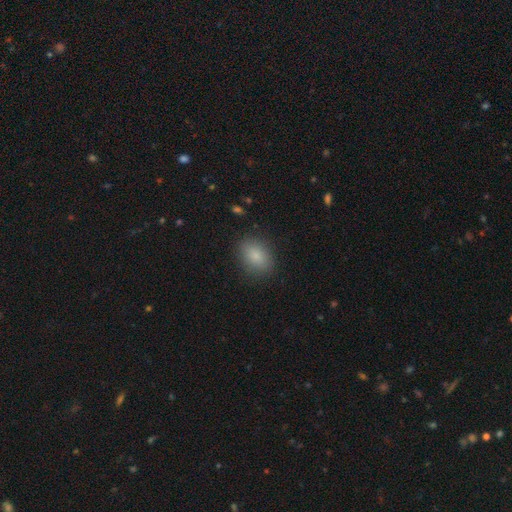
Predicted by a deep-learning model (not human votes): A smooth galaxy with no disk features (85%) that is in between round and cigar-shaped (74%).

Vote fractions:
- Smooth or featured? smooth: 85% / star or artifact: 8% / featured or disk: 6%
- How rounded? in between: 74% / round: 25% / cigar-shaped: 1%
- Merging? none: 85% / minor disturbance: 11% / major disturbance: 3% / merger: 1%